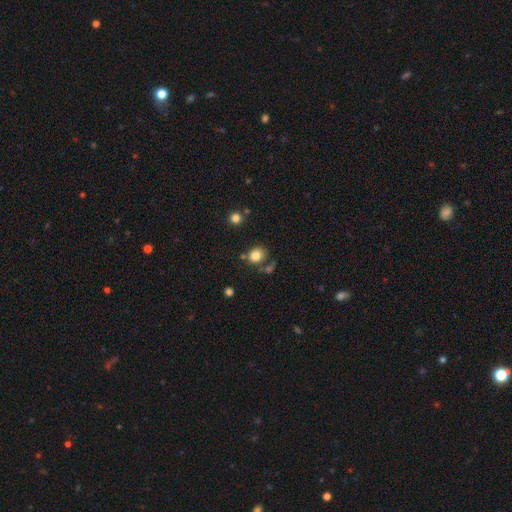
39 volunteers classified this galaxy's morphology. Q: Smooth or featured?
A: smooth (85%); runner-up: featured or disk (8%)
Q: How rounded?
A: round (76%); runner-up: in between (24%)
Q: Merging?
A: none (64%); runner-up: minor disturbance (22%)